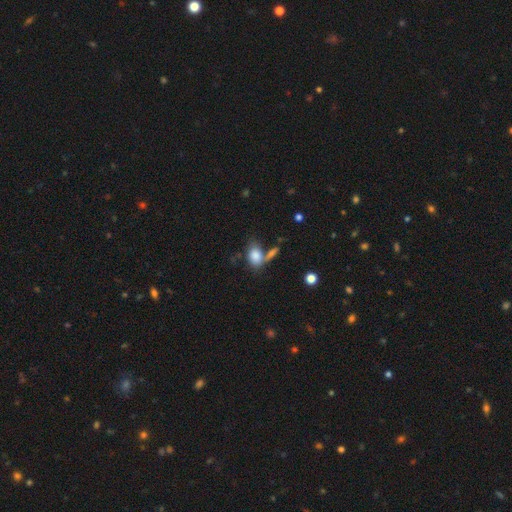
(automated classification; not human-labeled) Smooth or featured? smooth (80%)
How rounded? in between (83%)
Merging? none (40%)